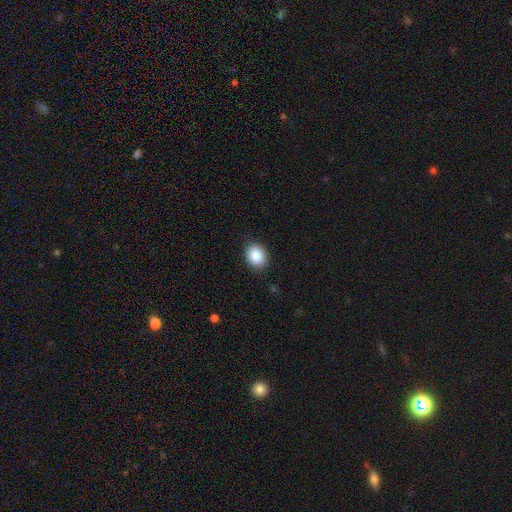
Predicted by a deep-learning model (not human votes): Smooth or featured?
  - smooth: 87% *
  - star or artifact: 8%
  - featured or disk: 5%
How rounded?
  - in between: 53% *
  - round: 46%
  - cigar-shaped: 1%
Merging?
  - none: 88% *
  - minor disturbance: 9%
  - major disturbance: 2%
  - merger: 1%